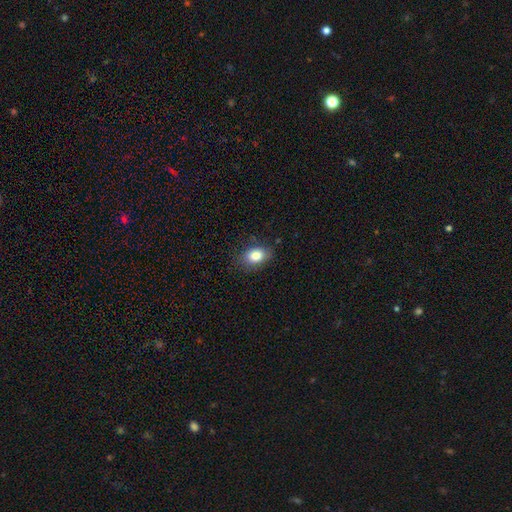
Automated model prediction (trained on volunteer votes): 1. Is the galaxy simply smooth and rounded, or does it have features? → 84% smooth, 9% star or artifact, 7% featured or disk.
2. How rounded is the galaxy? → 79% in between, 20% round, 1% cigar-shaped.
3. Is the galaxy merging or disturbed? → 79% none, 15% minor disturbance, 4% major disturbance, 1% merger.